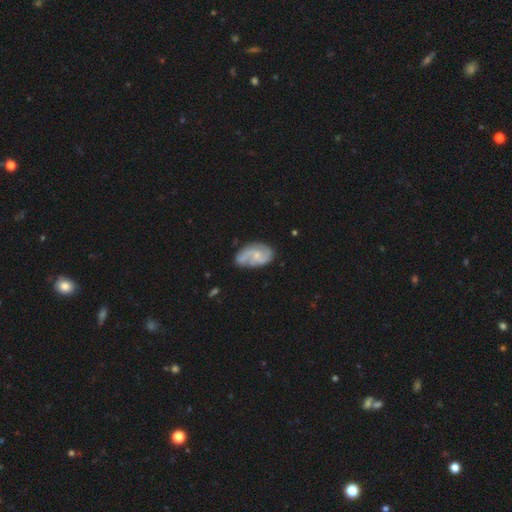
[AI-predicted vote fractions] The model was most divided on "spiral winding": medium: 47%, loose: 30%, tight: 24%. More confident: edge-on disk — no (97%); spiral arms — yes (90%); smooth or featured — featured or disk (73%); spiral arm count — 2 (66%); bulge size — small (61%); bar — no (59%); merging — none (59%).